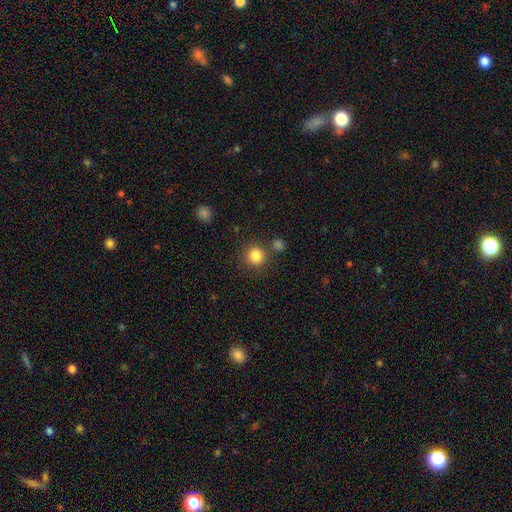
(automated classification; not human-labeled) Smooth or featured? Predicted: smooth (p=0.84). How rounded? Predicted: round (p=0.92). Merging? Predicted: none (p=0.81).